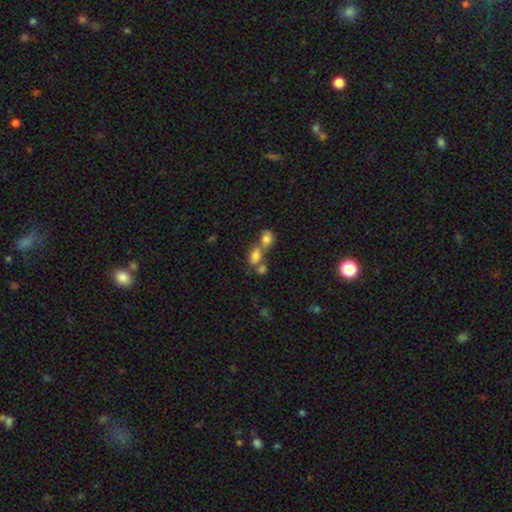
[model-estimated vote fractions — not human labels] A smooth galaxy with no disk features (75%) that is in between round and cigar-shaped (76%).

Vote fractions:
- Smooth or featured? smooth: 75% / star or artifact: 13% / featured or disk: 12%
- How rounded? in between: 76% / round: 22% / cigar-shaped: 3%
- Merging? merger: 60% / none: 27% / minor disturbance: 8% / major disturbance: 5%